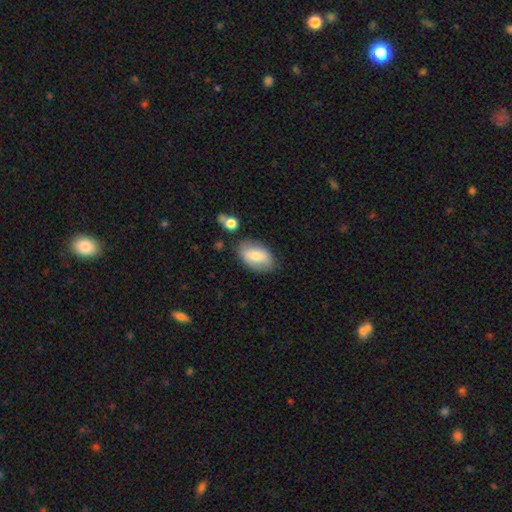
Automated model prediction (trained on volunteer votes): smooth_or_featured: smooth (p=0.72) [alt: featured or disk p=0.22]
how_rounded: in between (p=0.91) [alt: round p=0.07]
merging: none (p=0.75) [alt: minor disturbance p=0.16]